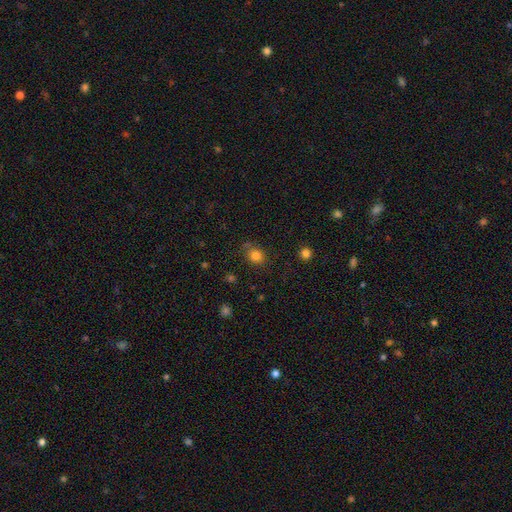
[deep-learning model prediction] A smooth galaxy with no disk features (81%) that is round (77%). Merging: none (76%).